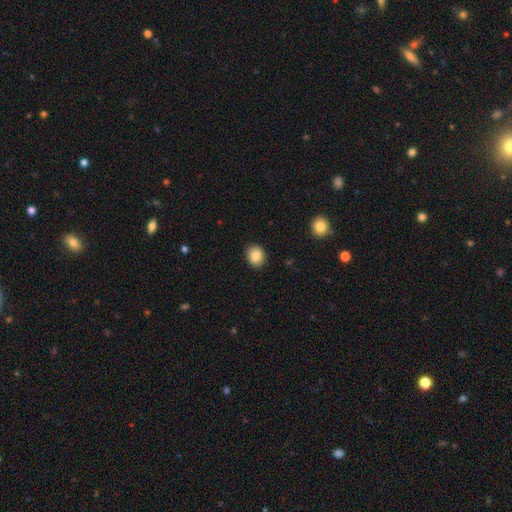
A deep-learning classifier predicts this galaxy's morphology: This is clearly a smooth galaxy (86%). How rounded: likely round (64%). Merging: clearly none (90%).